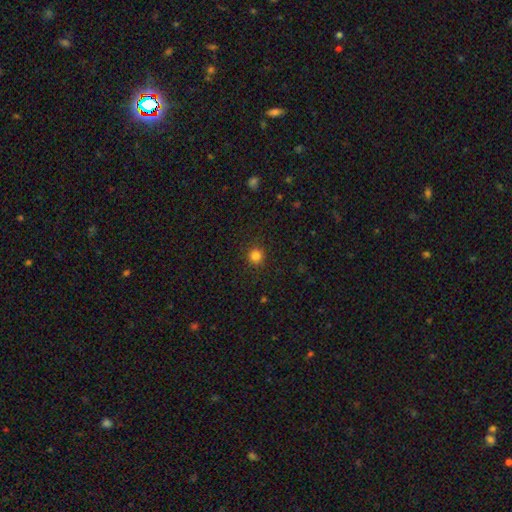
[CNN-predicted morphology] Overall: smooth (83%). How rounded: round (94%). Merging: none (91%).